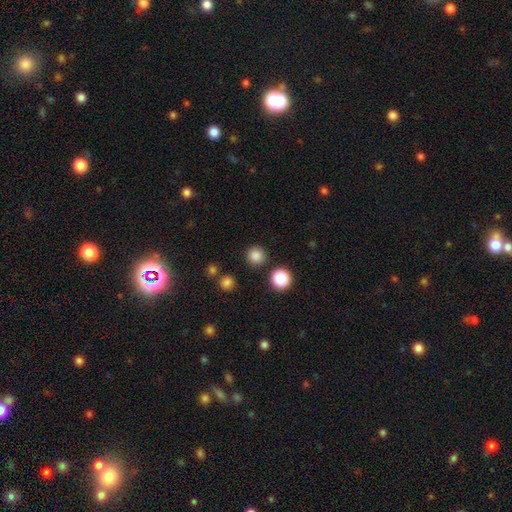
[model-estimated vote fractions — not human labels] Smooth or featured? Predicted: smooth (p=0.83). How rounded? Predicted: round (p=0.95). Merging? Predicted: none (p=0.90).